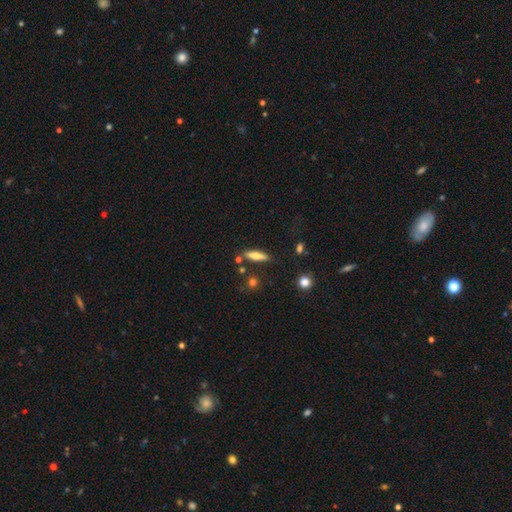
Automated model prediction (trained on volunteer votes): Overall: smooth (62%; featured or disk 31%). How rounded: cigar-shaped (66%; in between 32%). Merging: none (77%).